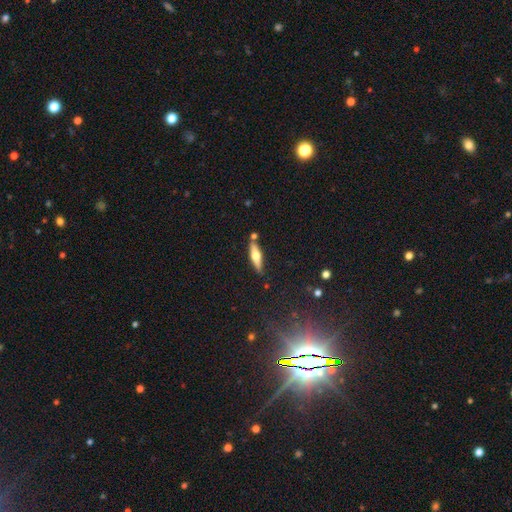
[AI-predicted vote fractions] Smooth or featured?
  - featured or disk: 49% *
  - smooth: 45%
  - star or artifact: 6%
Merging?
  - none: 80% *
  - minor disturbance: 11%
  - merger: 7%
  - major disturbance: 3%